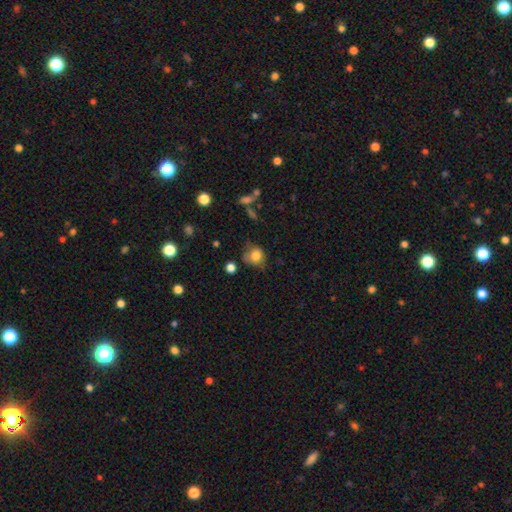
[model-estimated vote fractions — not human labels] Smooth or featured? Predicted: smooth (p=0.78). How rounded? Predicted: round (p=0.65). Merging? Predicted: none (p=0.49).